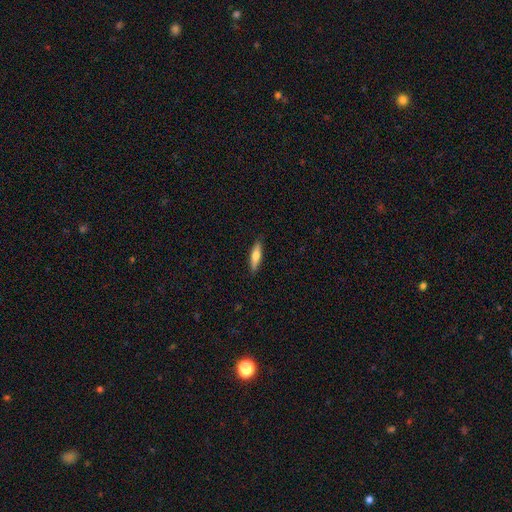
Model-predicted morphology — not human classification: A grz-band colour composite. It shows a smooth galaxy with no disk features (65%) that is cigar-shaped (69%). Merging: none (88%).